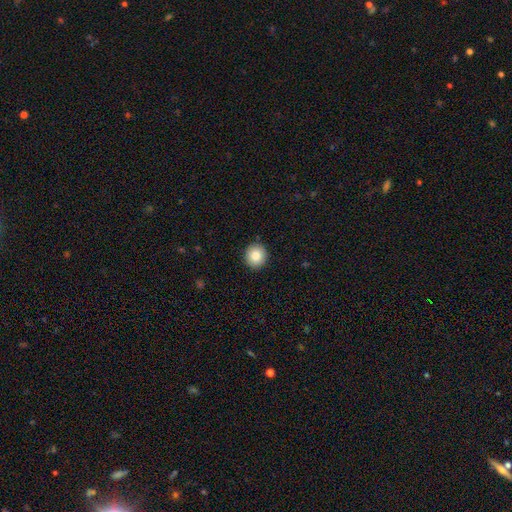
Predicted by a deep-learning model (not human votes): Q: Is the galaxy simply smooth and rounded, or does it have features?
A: smooth — 83%.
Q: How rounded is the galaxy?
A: round — 91%.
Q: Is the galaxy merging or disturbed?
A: none — 92%.